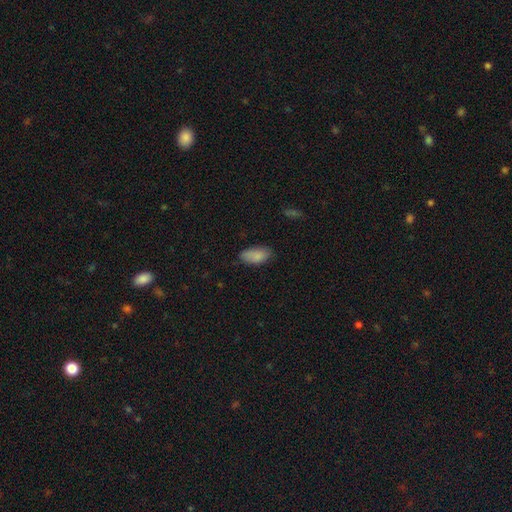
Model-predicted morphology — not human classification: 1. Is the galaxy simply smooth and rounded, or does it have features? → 86% smooth, 7% star or artifact, 6% featured or disk.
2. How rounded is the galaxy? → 92% in between, 6% cigar-shaped, 3% round.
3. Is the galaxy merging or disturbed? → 72% none, 22% minor disturbance, 4% major disturbance, 1% merger.